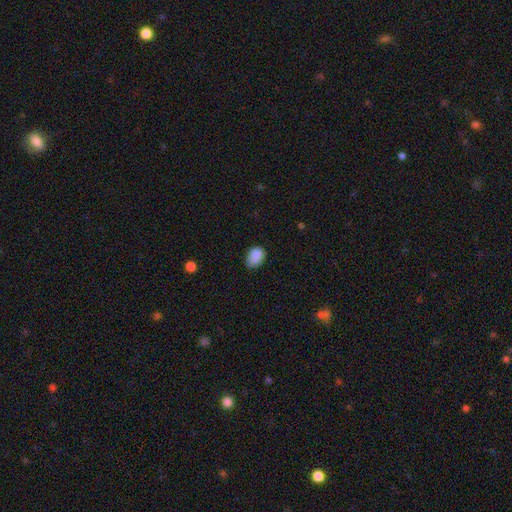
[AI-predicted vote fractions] smooth_or_featured: smooth (p=0.86) [alt: star or artifact p=0.09]
how_rounded: in between (p=0.75) [alt: round p=0.24]
merging: none (p=0.59) [alt: minor disturbance p=0.32]